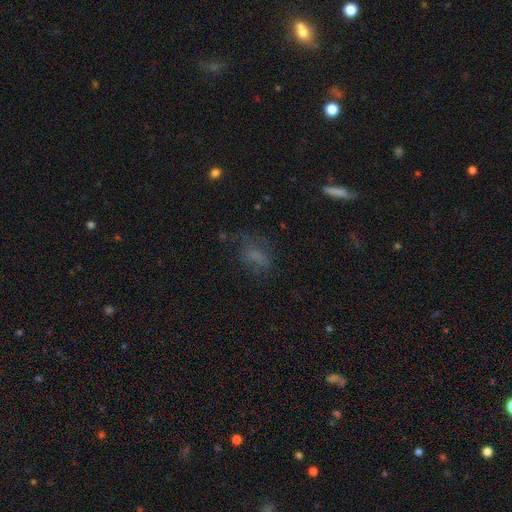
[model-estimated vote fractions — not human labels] Q: Smooth or featured?
A: smooth (59%); runner-up: featured or disk (21%)
Q: How rounded?
A: in between (75%); runner-up: round (16%)
Q: Merging?
A: none (54%); runner-up: minor disturbance (22%)